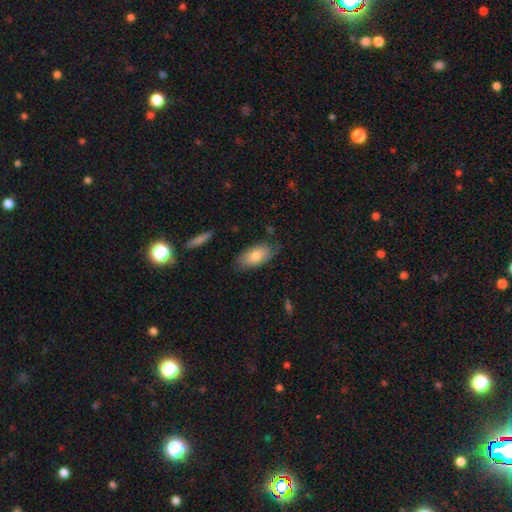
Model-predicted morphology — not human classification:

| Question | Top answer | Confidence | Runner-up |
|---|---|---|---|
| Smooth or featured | smooth | 74% | featured or disk (20%) |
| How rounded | in between | 90% | cigar-shaped (7%) |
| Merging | none | 70% | minor disturbance (23%) |